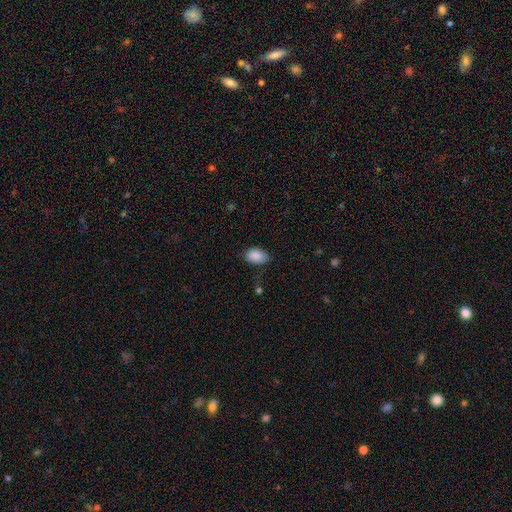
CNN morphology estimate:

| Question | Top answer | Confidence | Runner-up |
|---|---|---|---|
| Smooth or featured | smooth | 88% | star or artifact (8%) |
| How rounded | in between | 90% | round (8%) |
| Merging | none | 74% | minor disturbance (20%) |